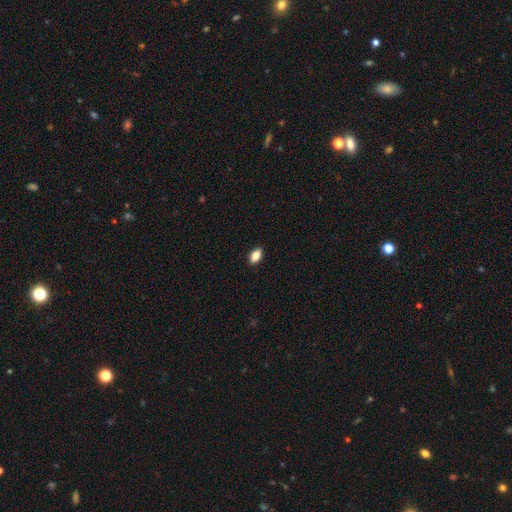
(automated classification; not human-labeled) Overall: smooth (84%). How rounded: in between (89%). Merging: none (89%).